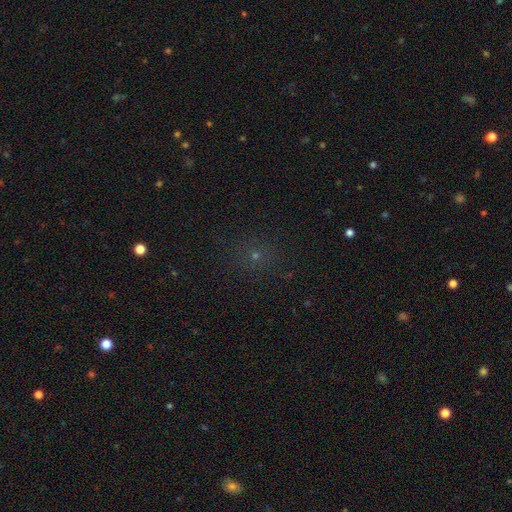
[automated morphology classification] A smooth galaxy with no disk features (50%).

Vote fractions:
- Smooth or featured? smooth: 50% / star or artifact: 41% / featured or disk: 9%
- Merging? none: 86% / minor disturbance: 8% / major disturbance: 4% / merger: 2%